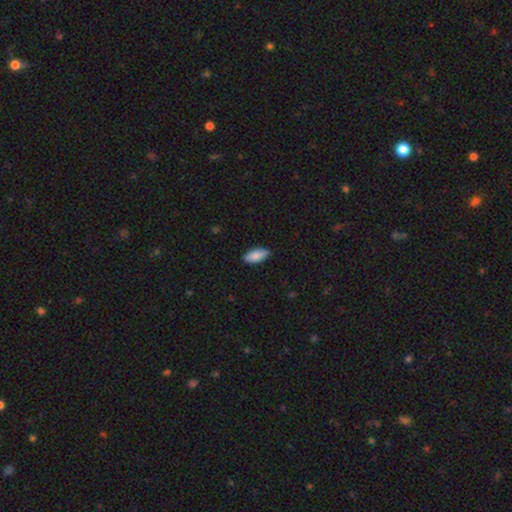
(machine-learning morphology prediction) type=smooth (88%); roundness=in between (89%); merging=none (86%).